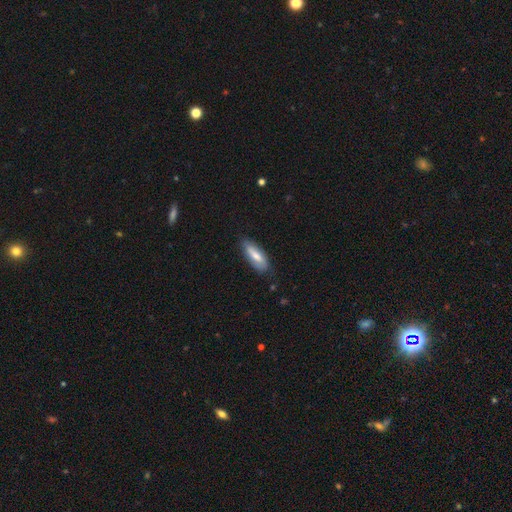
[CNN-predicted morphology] This appears to be a smooth galaxy with no disk features (68%) that is in between round and cigar-shaped (62%). Merging: none (78%).